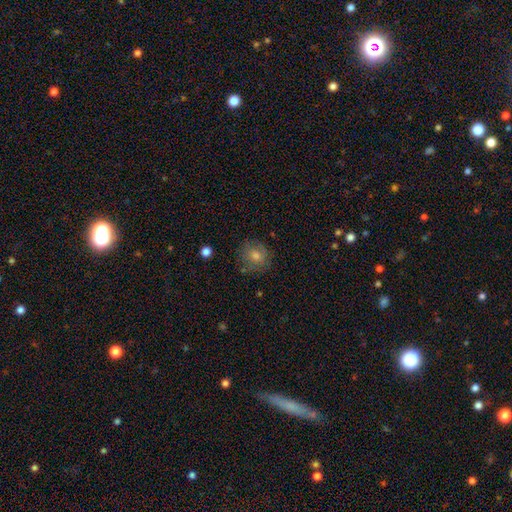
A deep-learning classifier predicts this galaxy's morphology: Smooth or featured? smooth (64%)
How rounded? round (85%)
Merging? none (80%)